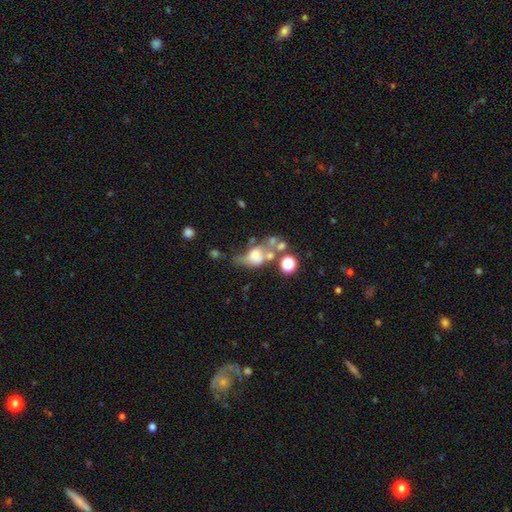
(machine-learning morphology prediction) A smooth galaxy with no disk features (45%). Merging: merger (39%).